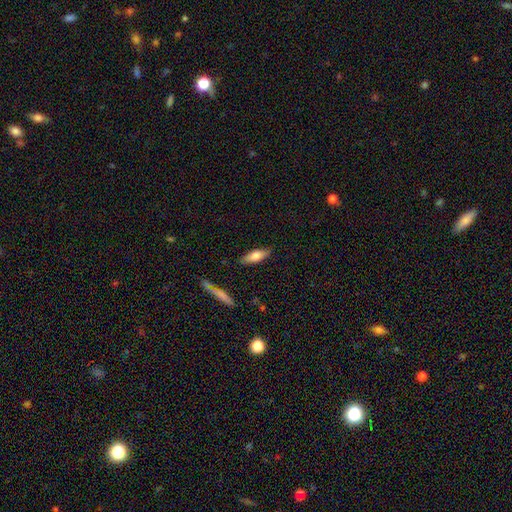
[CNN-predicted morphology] Smooth or featured? Predicted: smooth (p=0.75). How rounded? Predicted: in between (p=0.60). Merging? Predicted: none (p=0.84).